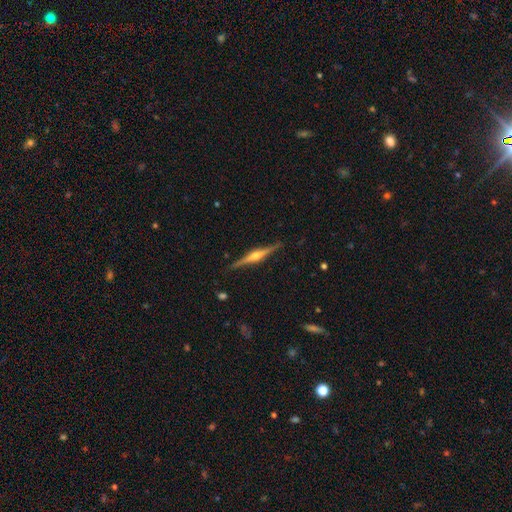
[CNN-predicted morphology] Smooth or featured? Predicted: featured or disk (p=0.83). Edge-on disk? Predicted: yes (p=0.98). Edge-on bulge? Predicted: rounded (p=0.91). Merging? Predicted: none (p=0.89).